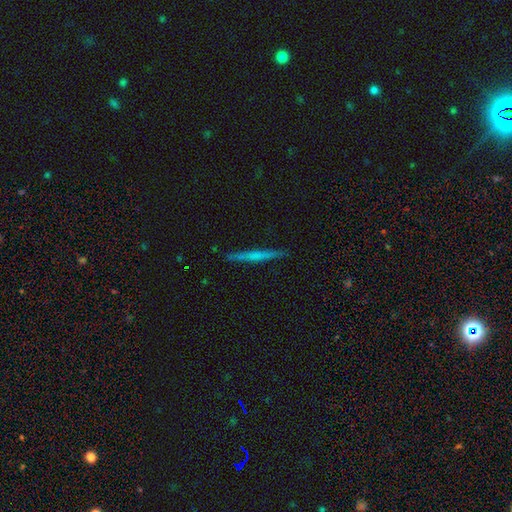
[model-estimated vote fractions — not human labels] The model was most divided on "smooth or featured": featured or disk: 52%, smooth: 42%, star or artifact: 6%. More confident: edge-on disk — yes (97%); merging — none (91%); edge-on bulge — none (68%).